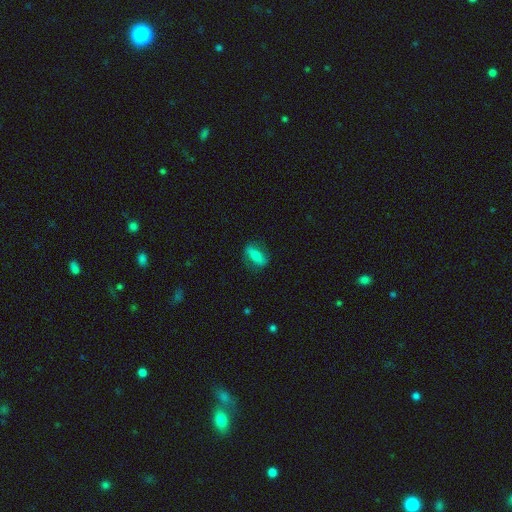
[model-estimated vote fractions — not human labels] The model was most divided on "smooth or featured": smooth: 57%, featured or disk: 35%, star or artifact: 8%. More confident: merging — none (77%); how rounded — in between (72%).